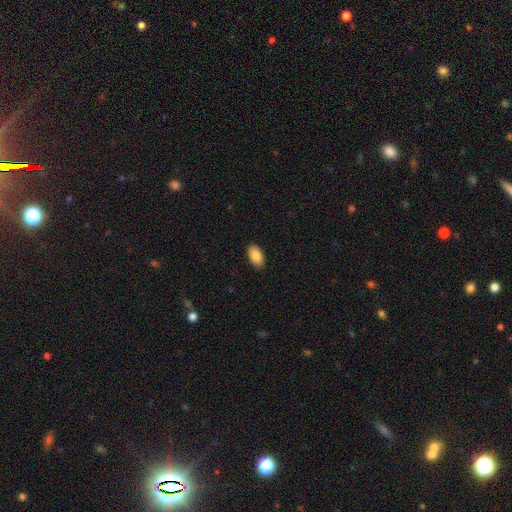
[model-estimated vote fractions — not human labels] smooth 88%, star or artifact 6%, featured or disk 6%. Down the decision tree: how rounded — in between (95%); merging — none (89%).